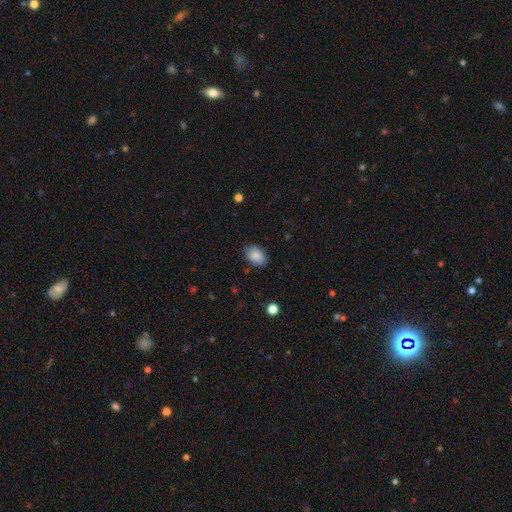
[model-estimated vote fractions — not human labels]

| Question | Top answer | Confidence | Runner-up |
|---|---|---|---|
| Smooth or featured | smooth | 87% | star or artifact (7%) |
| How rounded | in between | 82% | round (17%) |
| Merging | none | 80% | minor disturbance (16%) |